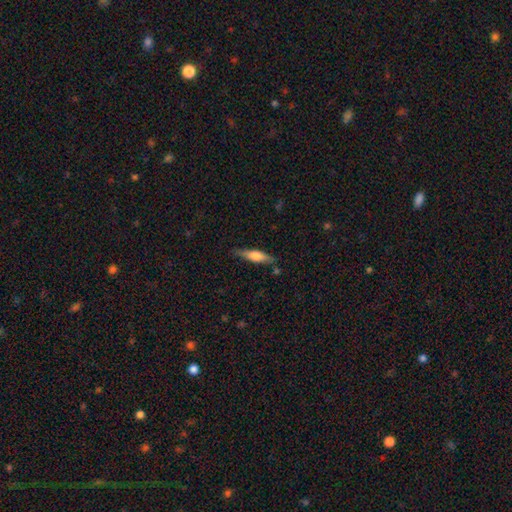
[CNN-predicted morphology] Q: Smooth or featured?
A: smooth (53%); runner-up: featured or disk (41%)
Q: How rounded?
A: cigar-shaped (73%); runner-up: in between (25%)
Q: Merging?
A: none (80%); runner-up: minor disturbance (14%)